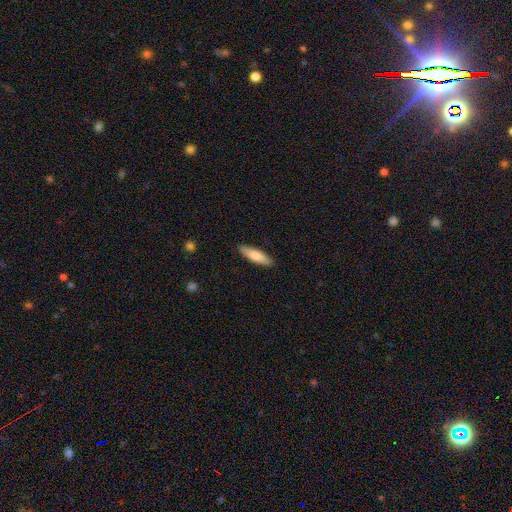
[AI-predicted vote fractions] Smooth or featured?
  - smooth: 79% *
  - featured or disk: 16%
  - star or artifact: 5%
How rounded?
  - cigar-shaped: 64% *
  - in between: 34%
  - round: 2%
Merging?
  - none: 89% *
  - minor disturbance: 8%
  - major disturbance: 2%
  - merger: 1%